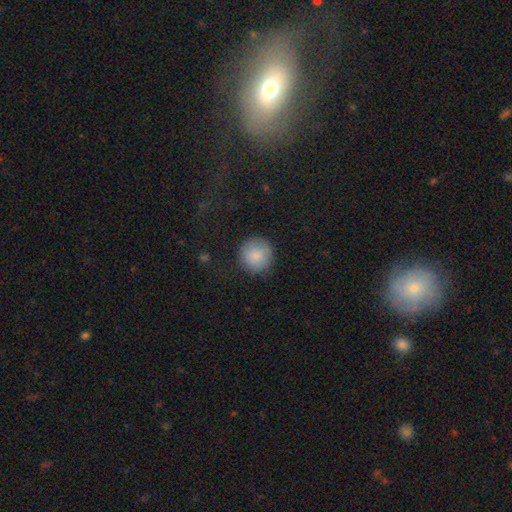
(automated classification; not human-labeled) A smooth galaxy with no disk features (86%) that is round (95%).

Vote fractions:
- Smooth or featured? smooth: 86% / star or artifact: 8% / featured or disk: 6%
- How rounded? round: 95% / in between: 5% / cigar-shaped: 1%
- Merging? none: 85% / minor disturbance: 10% / major disturbance: 3% / merger: 1%